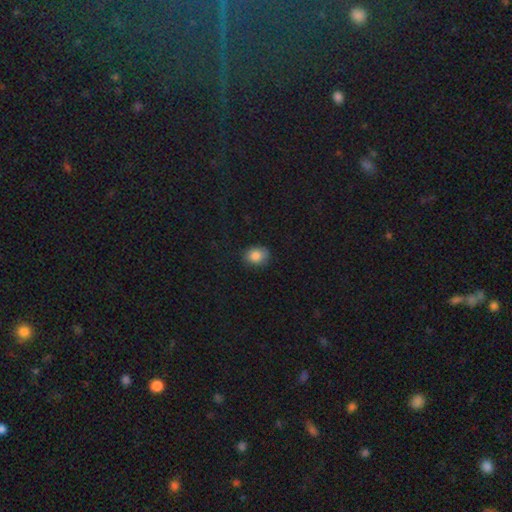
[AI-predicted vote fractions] Q: Smooth or featured?
A: smooth (85%); runner-up: star or artifact (9%)
Q: How rounded?
A: round (51%); runner-up: in between (48%)
Q: Merging?
A: none (81%); runner-up: minor disturbance (15%)